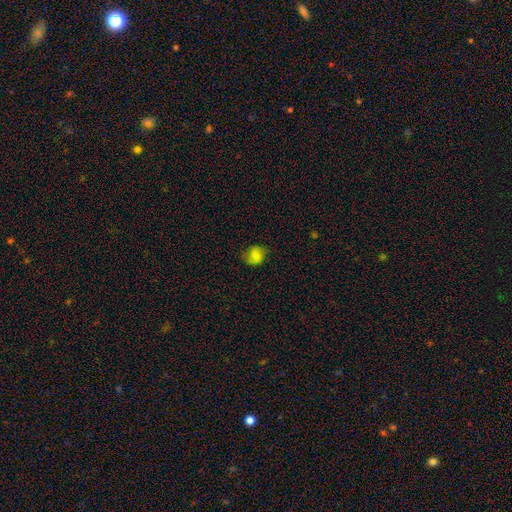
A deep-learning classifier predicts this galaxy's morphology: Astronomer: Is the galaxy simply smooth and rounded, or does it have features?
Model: smooth — 69%.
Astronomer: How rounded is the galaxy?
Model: round — 61% (runner-up: in between, 38%).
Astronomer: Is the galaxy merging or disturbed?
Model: none — 71%.